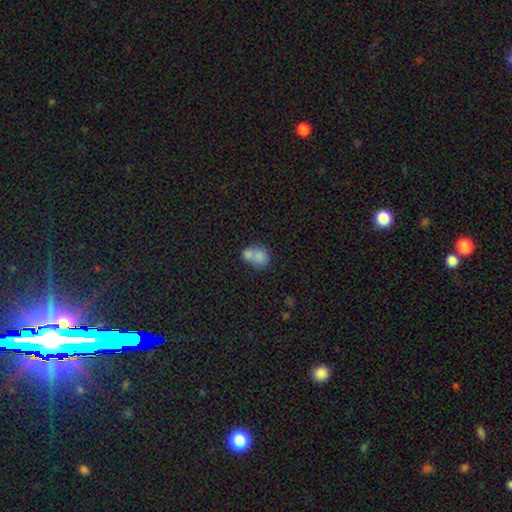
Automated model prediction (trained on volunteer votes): Smooth or featured? smooth (77%)
How rounded? round (55%)
Merging? merger (57%)